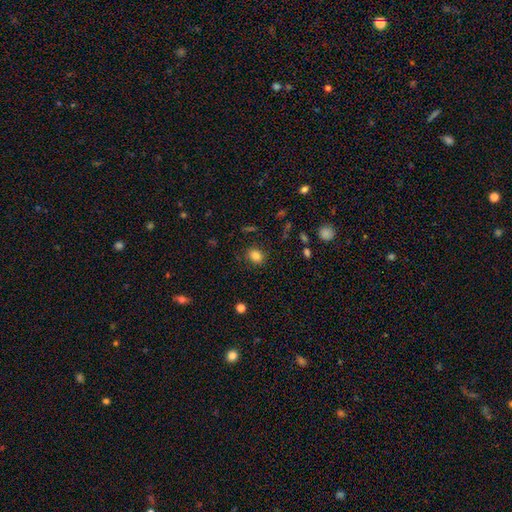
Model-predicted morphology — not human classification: The model was most divided on "how rounded": round: 58%, in between: 41%, cigar-shaped: 1%. More confident: merging — none (85%); smooth or featured — smooth (83%).